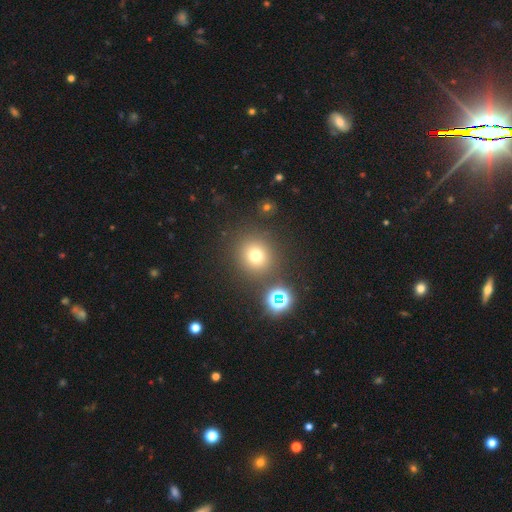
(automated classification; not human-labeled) Smooth or featured: smooth — 70% (star or artifact — 21%)
How rounded: round — 92% (in between — 7%)
Merging: none — 83% (minor disturbance — 7%)